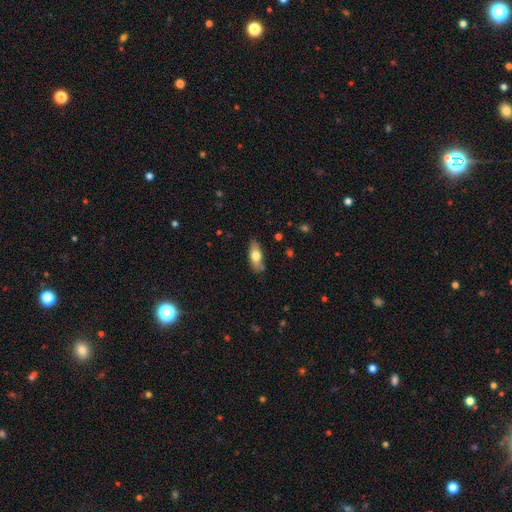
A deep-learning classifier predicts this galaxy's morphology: smooth_or_featured: smooth (p=0.69) [alt: featured or disk p=0.25]
how_rounded: in between (p=0.77) [alt: cigar-shaped p=0.20]
merging: none (p=0.80) [alt: minor disturbance p=0.15]